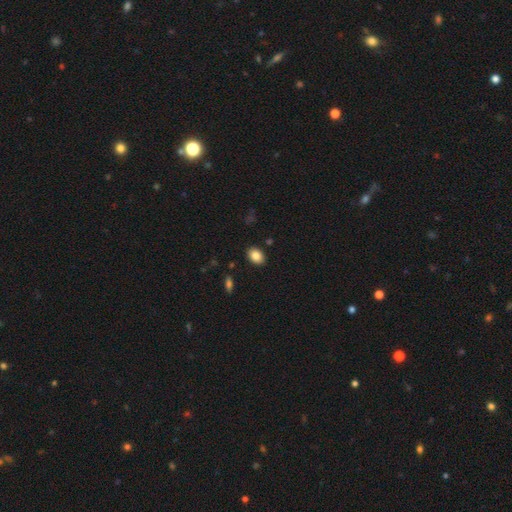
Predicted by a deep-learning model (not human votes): Overall: smooth (85%). How rounded: in between (72%). Merging: none (89%).